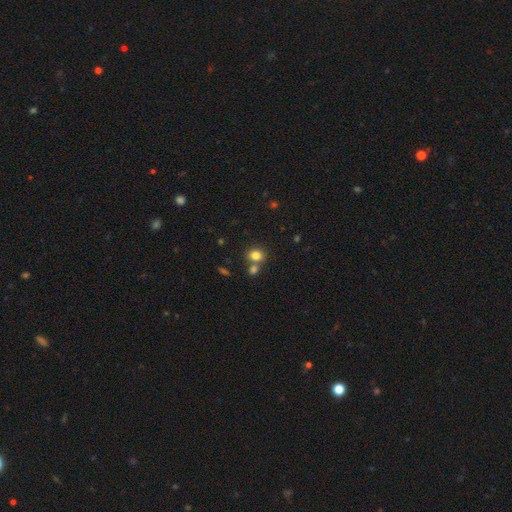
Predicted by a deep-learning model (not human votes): The model was most divided on "how rounded": round: 58%, in between: 41%, cigar-shaped: 1%. More confident: smooth or featured — smooth (81%); merging — none (57%).